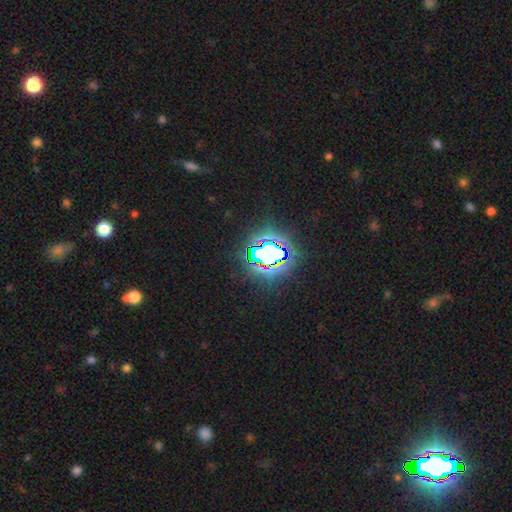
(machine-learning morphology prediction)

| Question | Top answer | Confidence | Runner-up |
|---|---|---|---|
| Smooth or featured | star or artifact | 73% | smooth (16%) |